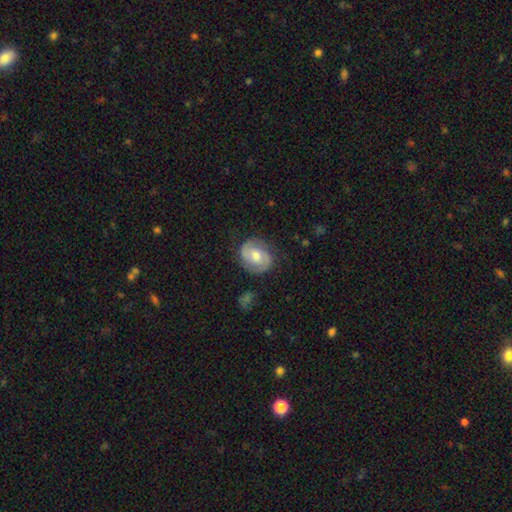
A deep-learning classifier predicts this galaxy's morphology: featured or disk 73%, smooth 21%, star or artifact 6%. Down the decision tree: edge-on disk — no (98%); bar — no (48%); spiral arms — yes (92%); spiral arm count — 2 (87%); spiral winding — medium (46%); bulge size — moderate (70%); merging — none (78%).